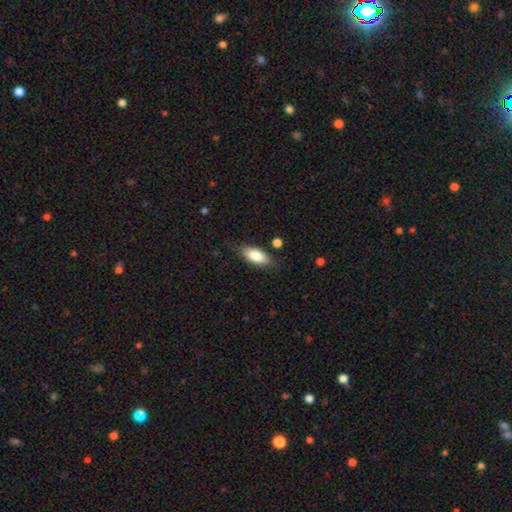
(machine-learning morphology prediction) A smooth galaxy with no disk features (82%) that is in between round and cigar-shaped (85%).

Vote fractions:
- Smooth or featured? smooth: 82% / featured or disk: 12% / star or artifact: 6%
- How rounded? in between: 85% / cigar-shaped: 13% / round: 3%
- Merging? none: 76% / minor disturbance: 17% / major disturbance: 4% / merger: 2%